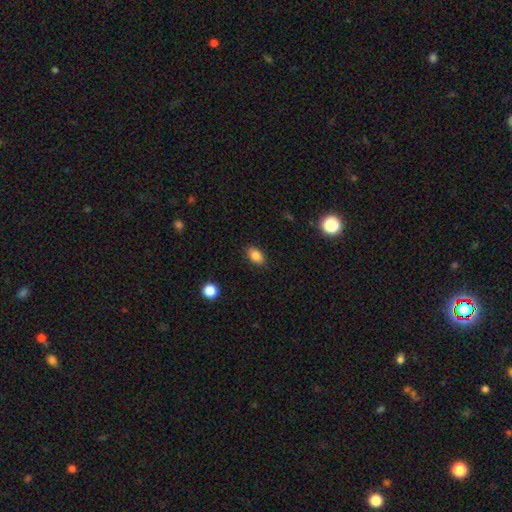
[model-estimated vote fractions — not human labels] Smooth or featured: smooth — 85% (star or artifact — 10%)
How rounded: in between — 87% (round — 10%)
Merging: none — 87% (minor disturbance — 9%)